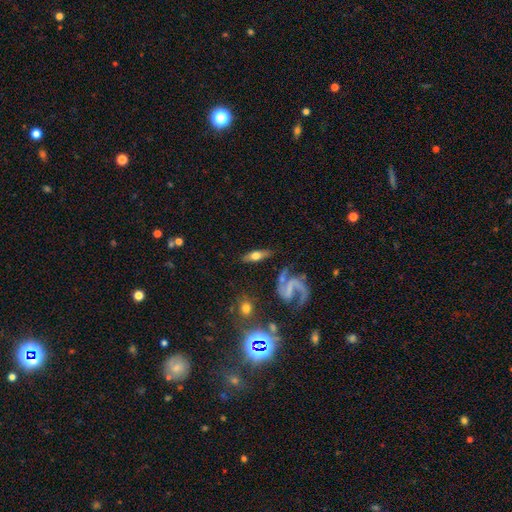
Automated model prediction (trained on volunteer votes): Smooth or featured?
  - featured or disk: 59% *
  - smooth: 34%
  - star or artifact: 7%
Edge-on disk?
  - yes: 59% *
  - no: 41%
Merging?
  - none: 75% *
  - minor disturbance: 14%
  - major disturbance: 5%
  - merger: 5%